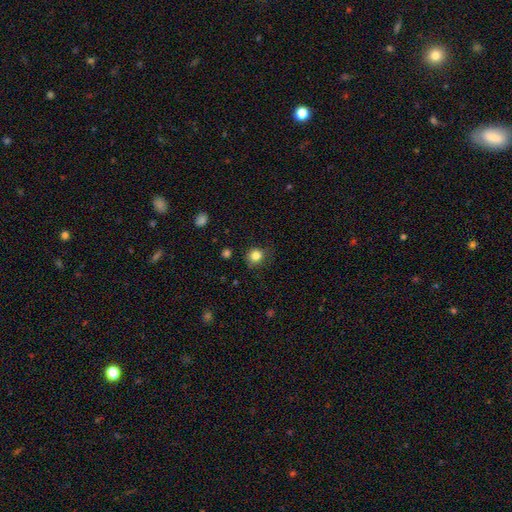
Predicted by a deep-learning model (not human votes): This appears to be a smooth galaxy with no disk features (83%) that is round (86%). Merging: none (80%).